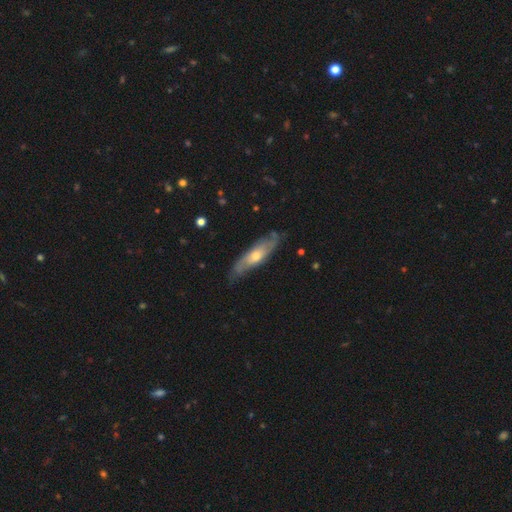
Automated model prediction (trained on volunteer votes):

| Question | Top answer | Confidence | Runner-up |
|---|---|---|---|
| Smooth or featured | featured or disk | 64% | smooth (30%) |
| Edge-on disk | no | 59% | yes (41%) |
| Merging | none | 74% | minor disturbance (20%) |